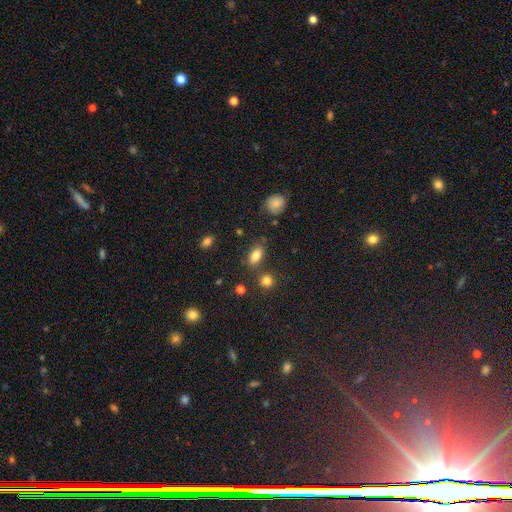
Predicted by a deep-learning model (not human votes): Smooth or featured?
  - smooth: 81% *
  - star or artifact: 10%
  - featured or disk: 9%
How rounded?
  - in between: 86% *
  - round: 9%
  - cigar-shaped: 5%
Merging?
  - none: 74% *
  - minor disturbance: 14%
  - merger: 8%
  - major disturbance: 4%